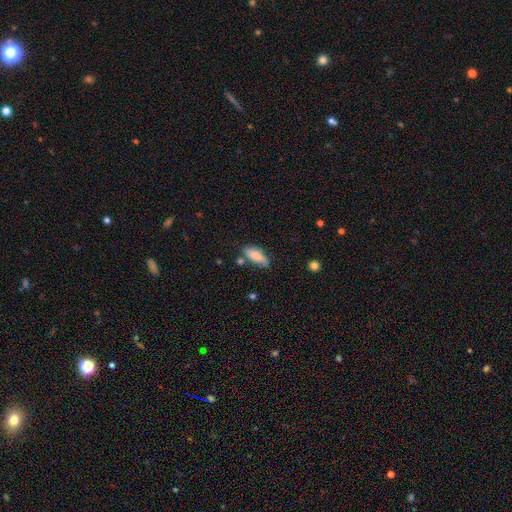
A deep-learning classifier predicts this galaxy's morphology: smooth_or_featured: smooth (p=0.76) [alt: featured or disk p=0.17]
how_rounded: in between (p=0.71) [alt: cigar-shaped p=0.26]
merging: none (p=0.62) [alt: minor disturbance p=0.25]